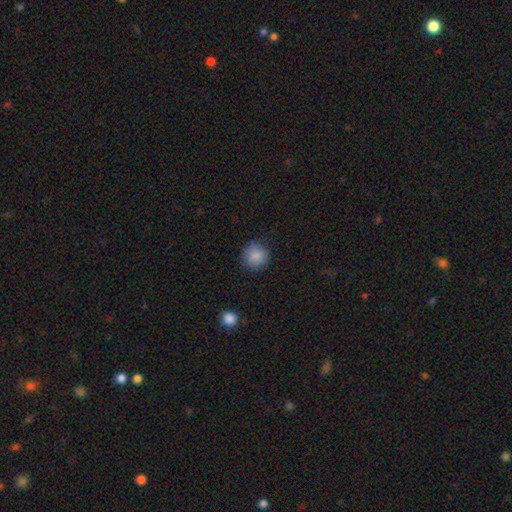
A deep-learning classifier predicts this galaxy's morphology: smooth_or_featured: smooth (p=0.87) [alt: star or artifact p=0.08]
how_rounded: round (p=0.92) [alt: in between p=0.07]
merging: none (p=0.82) [alt: minor disturbance p=0.14]